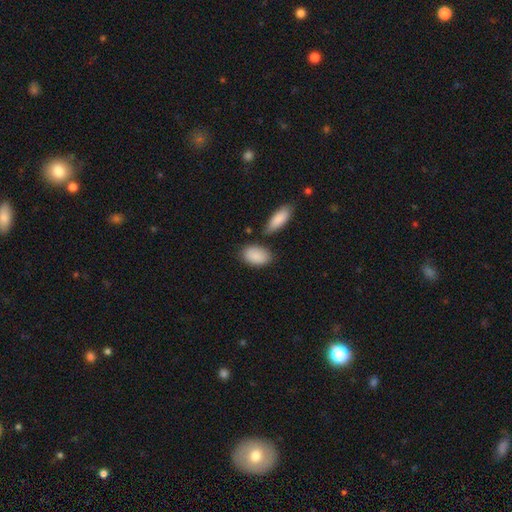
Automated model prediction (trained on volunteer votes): Overall: smooth (87%). How rounded: in between (92%). Merging: none (70%).